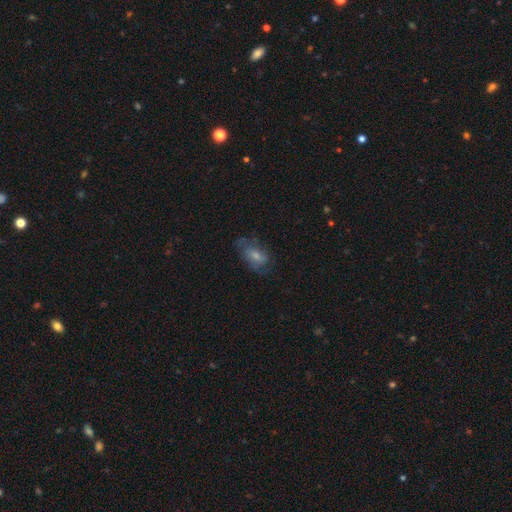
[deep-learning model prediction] Morphology: type=smooth (58%); roundness=in between (86%); merging=none (54%).